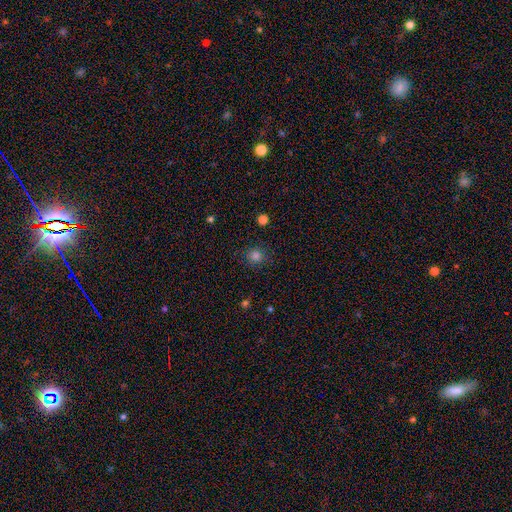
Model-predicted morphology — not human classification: Smooth or featured?
  - smooth: 82% *
  - star or artifact: 14%
  - featured or disk: 4%
How rounded?
  - round: 90% *
  - in between: 9%
  - cigar-shaped: 1%
Merging?
  - none: 88% *
  - minor disturbance: 8%
  - major disturbance: 3%
  - merger: 1%